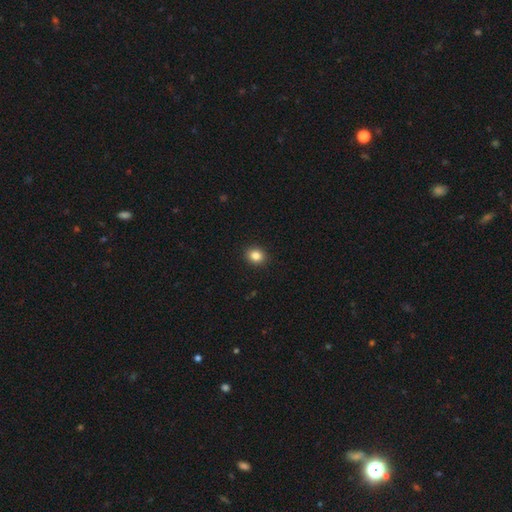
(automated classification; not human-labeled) smooth-or-featured: smooth: 85% | star or artifact: 10% | featured or disk: 5%
  how-rounded: round: 66% | in between: 33% | cigar-shaped: 1%
  merging: none: 92% | minor disturbance: 5% | major disturbance: 2% | merger: 1%